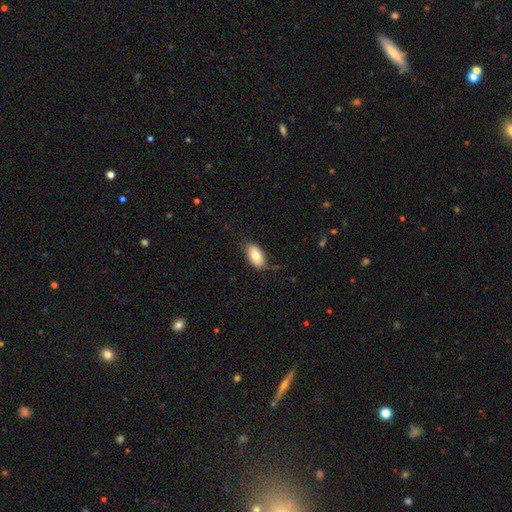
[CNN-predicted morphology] Smooth or featured? smooth (77%)
How rounded? in between (93%)
Merging? none (75%)